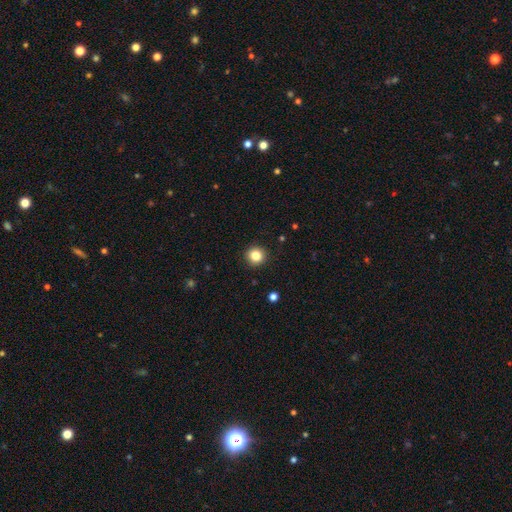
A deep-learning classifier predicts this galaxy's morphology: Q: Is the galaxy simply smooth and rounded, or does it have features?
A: smooth — 84%.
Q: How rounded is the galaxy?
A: round — 94%.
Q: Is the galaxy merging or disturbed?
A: none — 93%.